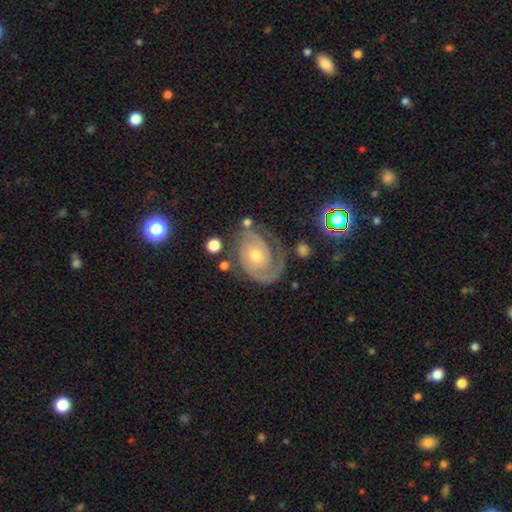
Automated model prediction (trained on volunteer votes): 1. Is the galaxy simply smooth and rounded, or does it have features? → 87% featured or disk, 7% smooth, 6% star or artifact.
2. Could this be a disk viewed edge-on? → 98% no, 2% yes.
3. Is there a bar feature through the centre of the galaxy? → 76% no, 20% weak, 4% strong.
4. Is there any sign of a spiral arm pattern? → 96% yes, 4% no.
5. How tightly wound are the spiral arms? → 67% tight, 26% medium, 7% loose.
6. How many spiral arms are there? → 49% 2, 32% 1, 10% can't tell, 5% 3, 2% 4, 2% more than 4.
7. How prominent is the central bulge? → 52% moderate, 42% small, 3% large, 2% none, 1% dominant.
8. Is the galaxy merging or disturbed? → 67% none, 18% minor disturbance, 11% major disturbance, 4% merger.